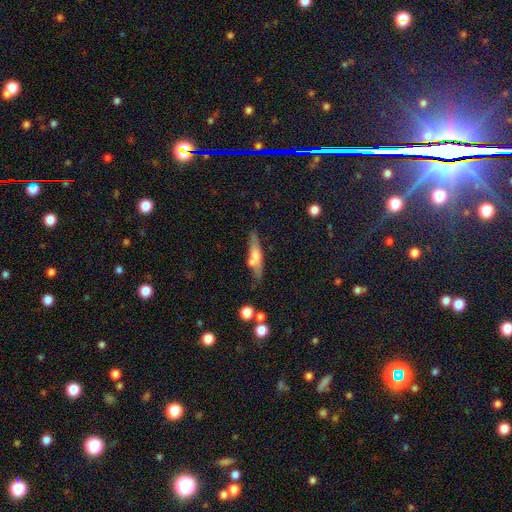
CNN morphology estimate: type=smooth (55%); roundness=cigar-shaped (75%); merging=none (64%).